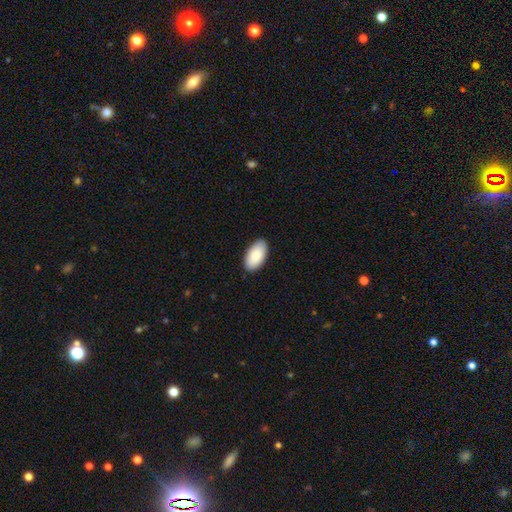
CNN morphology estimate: The model was most divided on "merging": none: 88%, minor disturbance: 9%, major disturbance: 2%, merger: 1%. More confident: how rounded — in between (96%); smooth or featured — smooth (87%).